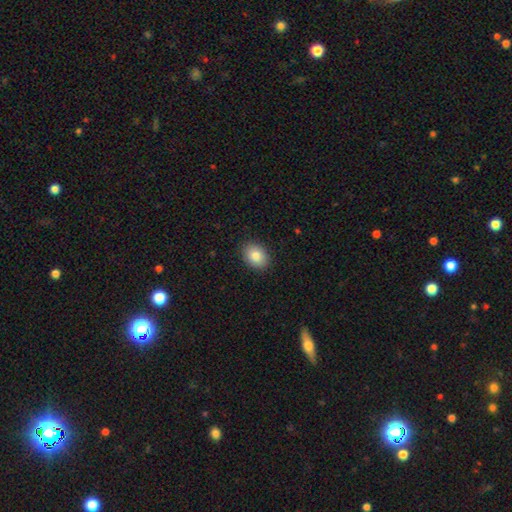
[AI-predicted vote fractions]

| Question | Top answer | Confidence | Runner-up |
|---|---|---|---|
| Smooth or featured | smooth | 85% | star or artifact (8%) |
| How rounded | in between | 65% | round (34%) |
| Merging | none | 89% | minor disturbance (8%) |